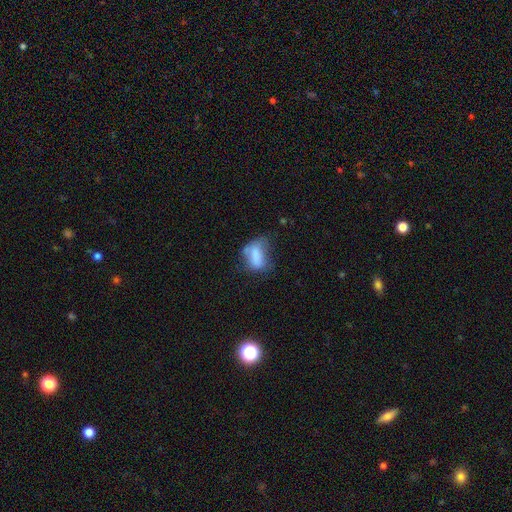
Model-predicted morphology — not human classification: Smooth or featured?
  - smooth: 70% *
  - featured or disk: 20%
  - star or artifact: 10%
How rounded?
  - in between: 85% *
  - round: 11%
  - cigar-shaped: 4%
Merging?
  - minor disturbance: 32% *
  - none: 30%
  - major disturbance: 29%
  - merger: 9%